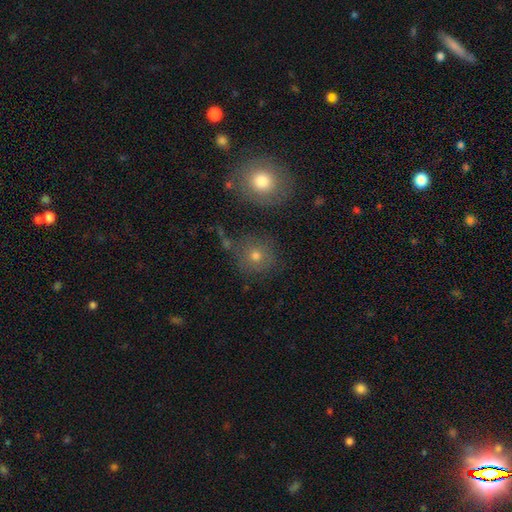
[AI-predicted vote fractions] A smooth galaxy with no disk features (66%) that is round (90%). Merging: none (75%).